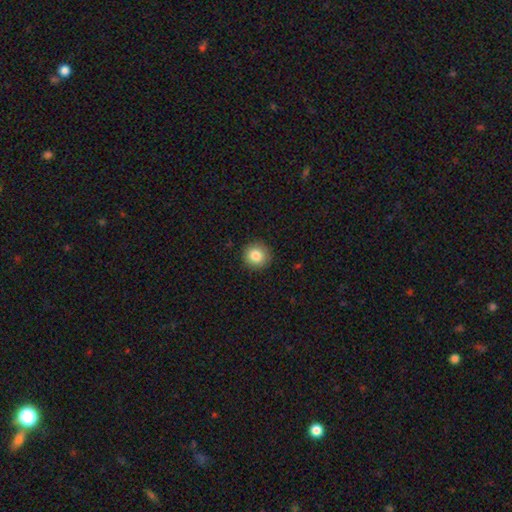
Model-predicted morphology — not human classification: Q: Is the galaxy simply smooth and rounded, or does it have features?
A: smooth — 84%.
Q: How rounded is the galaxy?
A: round — 94%.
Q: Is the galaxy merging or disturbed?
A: none — 91%.